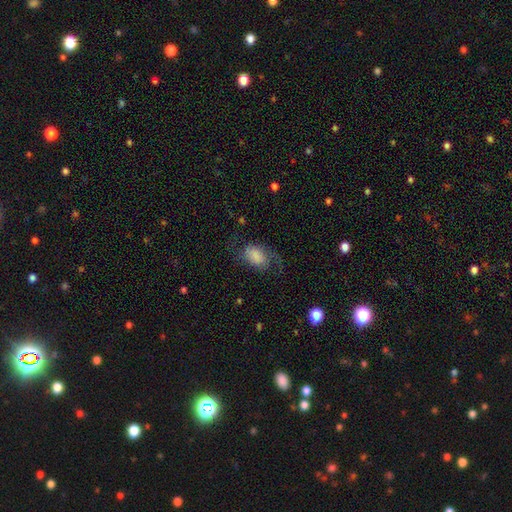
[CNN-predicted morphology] The model was most divided on "smooth or featured": smooth: 50%, featured or disk: 40%, star or artifact: 9%. More confident: how rounded — in between (85%); merging — none (50%).